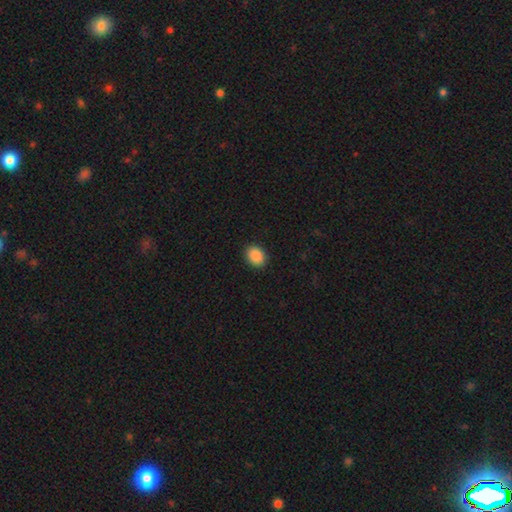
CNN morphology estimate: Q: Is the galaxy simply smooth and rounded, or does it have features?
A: smooth — 90%.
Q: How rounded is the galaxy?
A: in between — 60%.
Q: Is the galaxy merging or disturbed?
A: none — 90%.